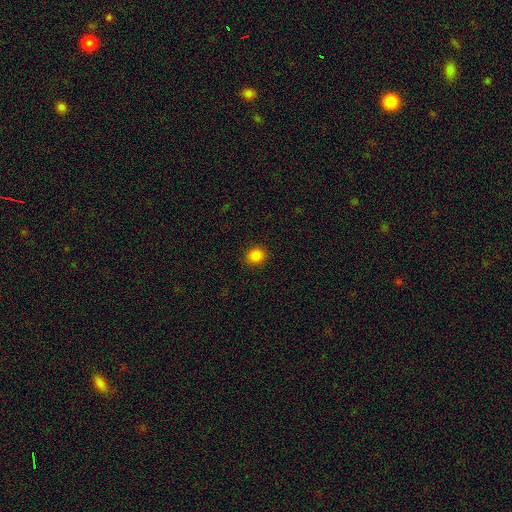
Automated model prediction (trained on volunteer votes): Smooth or featured? Predicted: smooth (p=0.84). How rounded? Predicted: round (p=0.67). Merging? Predicted: none (p=0.90).